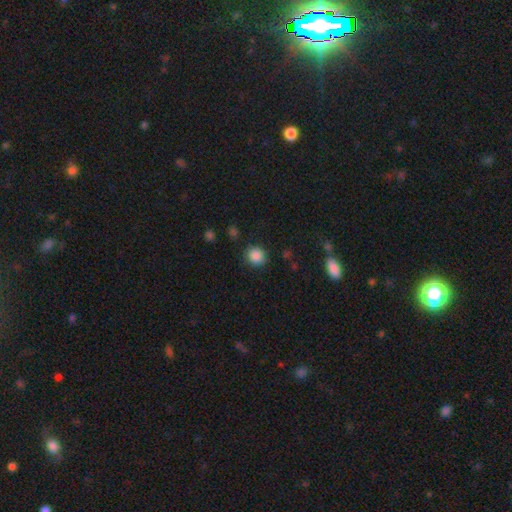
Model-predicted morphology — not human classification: smooth-or-featured: smooth: 87% | star or artifact: 10% | featured or disk: 3%
  how-rounded: round: 87% | in between: 12% | cigar-shaped: 1%
  merging: none: 86% | minor disturbance: 9% | major disturbance: 3% | merger: 2%